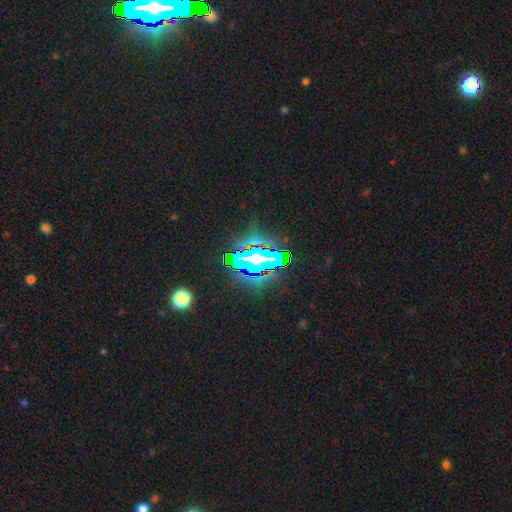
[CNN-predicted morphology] Smooth or featured? star or artifact (78%)